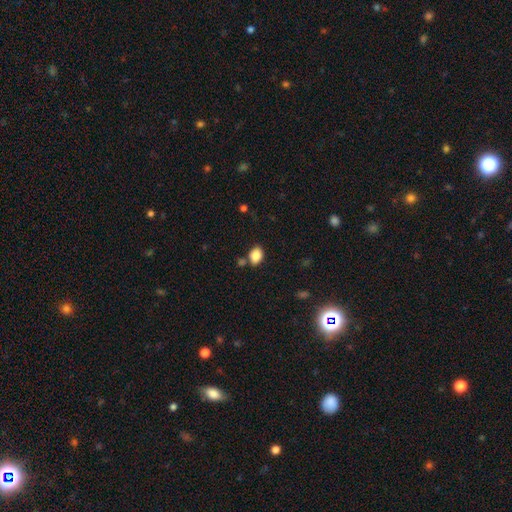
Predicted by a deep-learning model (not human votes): A smooth galaxy with no disk features (86%) that is in between round and cigar-shaped (73%).

Vote fractions:
- Smooth or featured? smooth: 86% / star or artifact: 9% / featured or disk: 5%
- How rounded? in between: 73% / round: 26% / cigar-shaped: 1%
- Merging? none: 70% / minor disturbance: 14% / merger: 12% / major disturbance: 4%